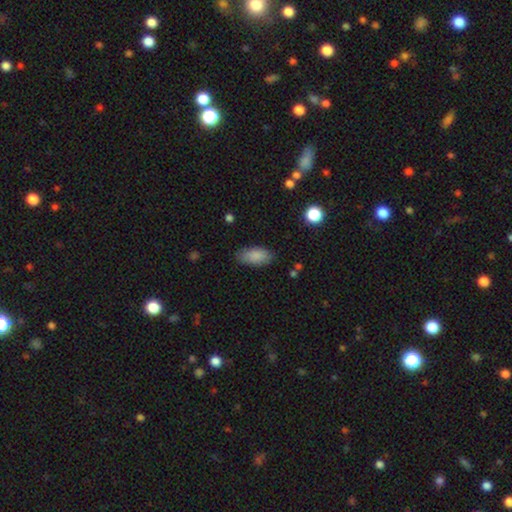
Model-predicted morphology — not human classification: This appears to be a smooth galaxy with no disk features (87%) that is in between round and cigar-shaped (90%). Merging: none (82%).